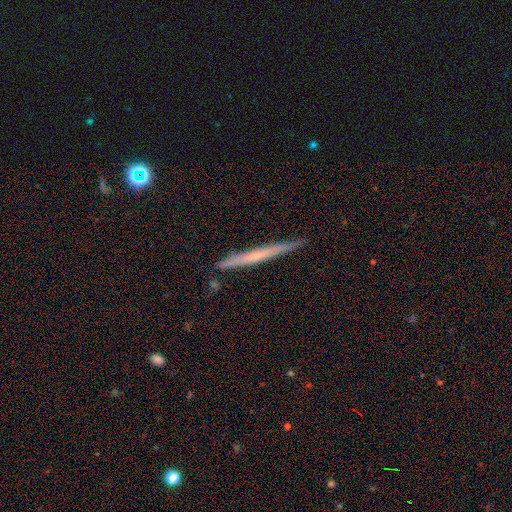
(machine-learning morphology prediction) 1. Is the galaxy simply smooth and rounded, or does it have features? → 58% featured or disk, 35% smooth, 6% star or artifact.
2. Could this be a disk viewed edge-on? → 97% yes, 3% no.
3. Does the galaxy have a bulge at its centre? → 65% none, 31% rounded, 4% boxy.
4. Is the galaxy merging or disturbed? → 87% none, 10% minor disturbance, 2% merger, 1% major disturbance.